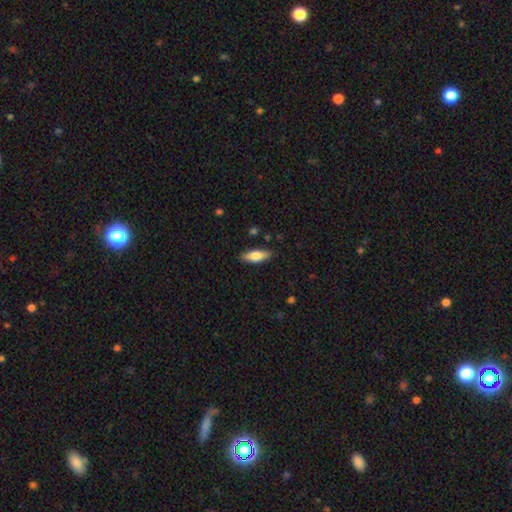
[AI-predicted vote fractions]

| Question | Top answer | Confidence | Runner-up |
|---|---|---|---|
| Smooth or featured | smooth | 69% | featured or disk (25%) |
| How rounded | in between | 65% | cigar-shaped (32%) |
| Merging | none | 85% | minor disturbance (11%) |